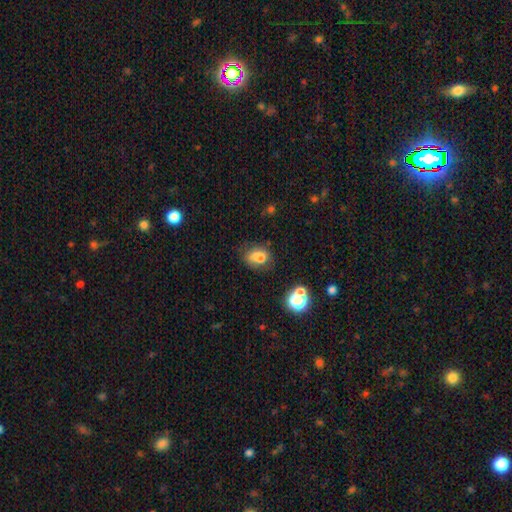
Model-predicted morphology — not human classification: Smooth or featured?
  - smooth: 71% *
  - featured or disk: 15%
  - star or artifact: 14%
How rounded?
  - in between: 62% *
  - round: 37%
  - cigar-shaped: 2%
Merging?
  - none: 51% *
  - minor disturbance: 26%
  - merger: 12%
  - major disturbance: 11%